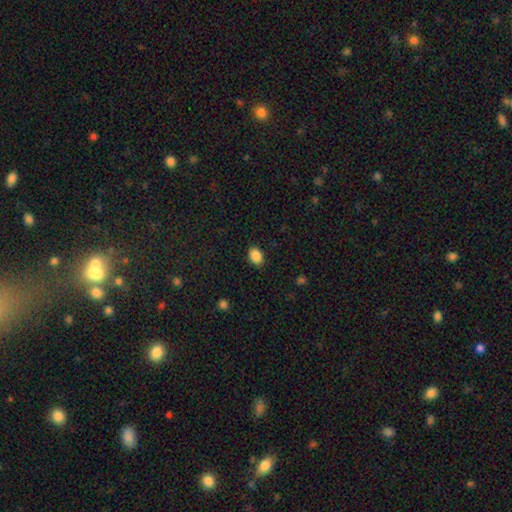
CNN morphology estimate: This appears to be a smooth galaxy with no disk features (88%) that is in between round and cigar-shaped (78%). Merging: none (87%).